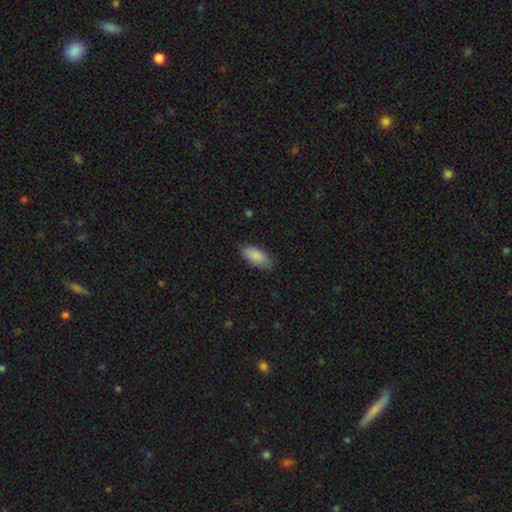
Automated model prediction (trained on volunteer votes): A smooth galaxy with no disk features (88%) that is in between round and cigar-shaped (86%).

Vote fractions:
- Smooth or featured? smooth: 88% / star or artifact: 6% / featured or disk: 6%
- How rounded? in between: 86% / cigar-shaped: 12% / round: 2%
- Merging? none: 83% / minor disturbance: 13% / major disturbance: 3% / merger: 1%